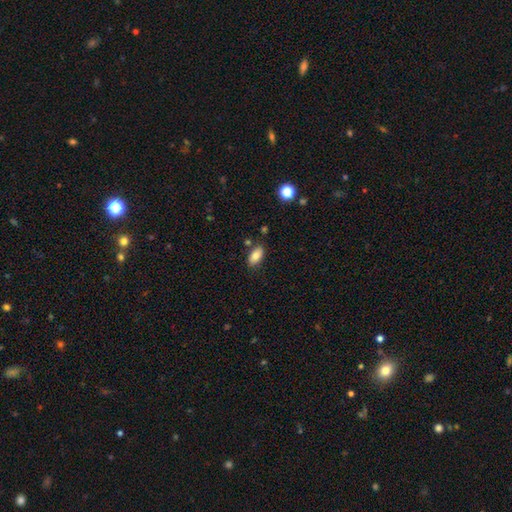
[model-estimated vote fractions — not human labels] Morphology: type=smooth (83%); roundness=in between (92%); merging=none (82%).